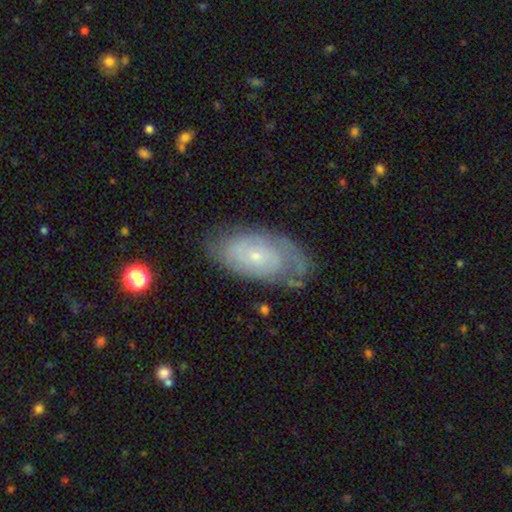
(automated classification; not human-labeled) The model was most divided on "spiral arm count": can't tell: 48%, 2: 31%, 1: 9%, 3: 7%, 4: 3%, more than 4: 3%. More confident: edge-on disk — no (94%); spiral arms — yes (82%); bar — no (78%); bulge size — small (77%); smooth or featured — featured or disk (70%); spiral winding — tight (66%); merging — none (65%).